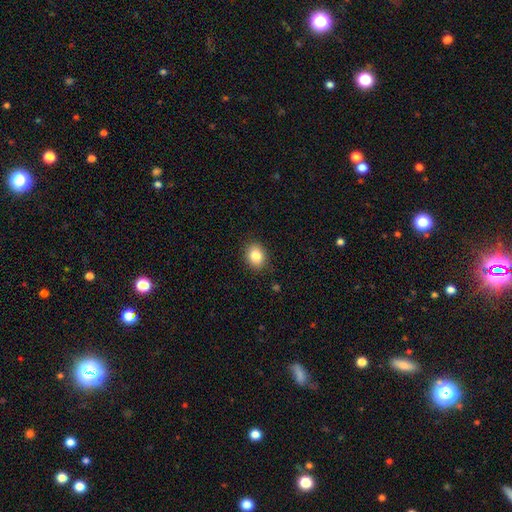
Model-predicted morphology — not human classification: Smooth or featured?
  - smooth: 84% *
  - star or artifact: 9%
  - featured or disk: 7%
How rounded?
  - in between: 52% *
  - round: 47%
  - cigar-shaped: 1%
Merging?
  - none: 88% *
  - minor disturbance: 8%
  - major disturbance: 2%
  - merger: 1%